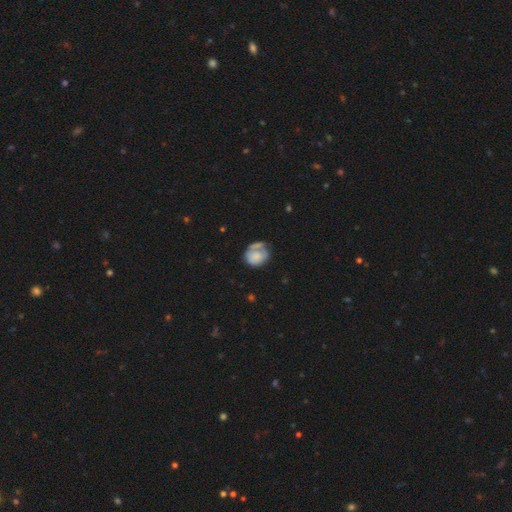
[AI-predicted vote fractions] smooth_or_featured: smooth (p=0.64) [alt: featured or disk p=0.28]
how_rounded: round (p=0.63) [alt: in between p=0.36]
merging: none (p=0.39) [alt: minor disturbance p=0.27]